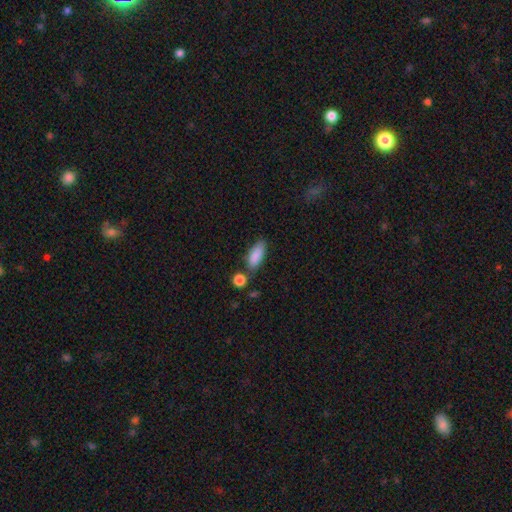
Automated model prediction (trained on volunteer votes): This is clearly a smooth galaxy (87%). How rounded: likely in between (79%). Merging: likely none (66%).